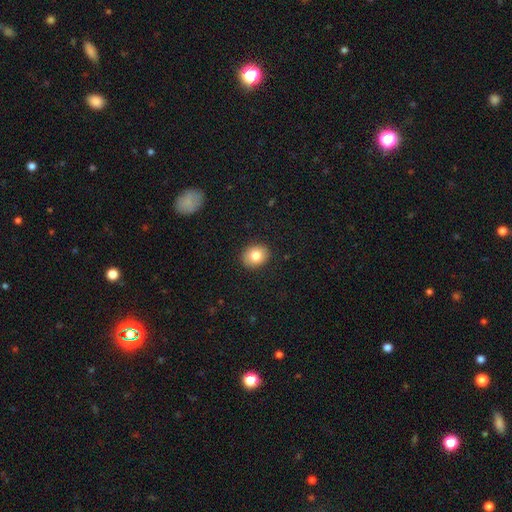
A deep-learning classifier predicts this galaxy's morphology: smooth 81%, featured or disk 10%, star or artifact 9%. Down the decision tree: how rounded — round (56%); merging — none (90%).